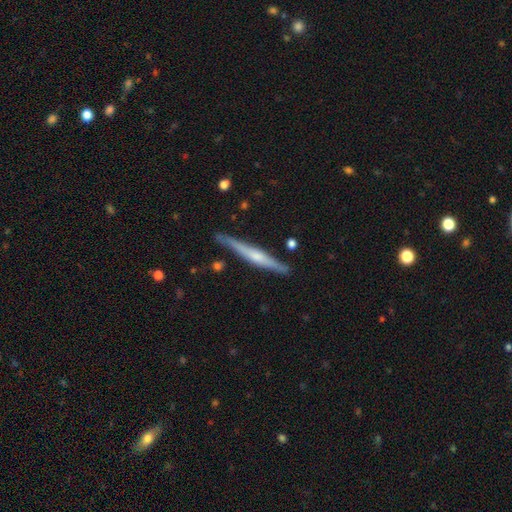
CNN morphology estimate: A featured or disk galaxy (68%) viewed edge-on (97%) with a rounded central bulge (65%). Merging: none (85%).